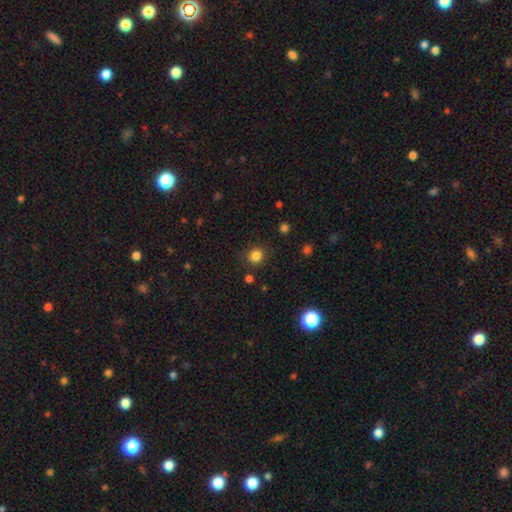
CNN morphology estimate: Smooth or featured? Predicted: smooth (p=0.83). How rounded? Predicted: round (p=0.85). Merging? Predicted: none (p=0.85).